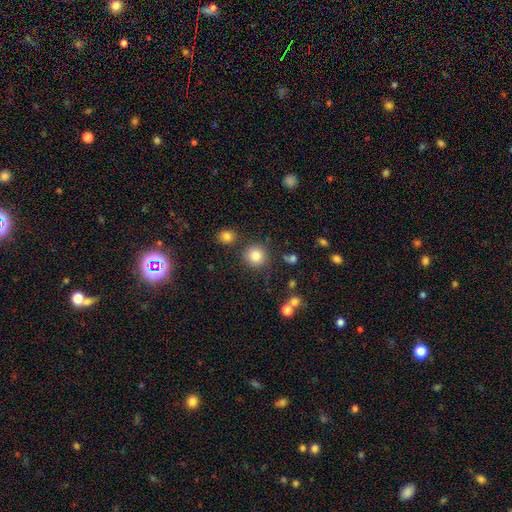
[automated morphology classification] type=smooth (83%); roundness=round (93%); merging=none (84%).